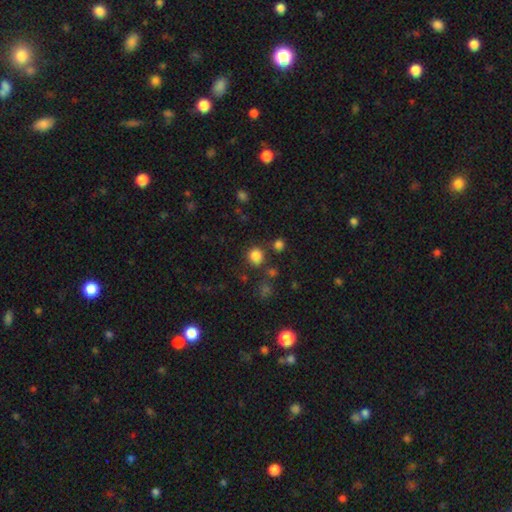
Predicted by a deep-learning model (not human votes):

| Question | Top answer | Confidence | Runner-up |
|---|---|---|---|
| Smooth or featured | smooth | 82% | star or artifact (13%) |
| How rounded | round | 84% | in between (15%) |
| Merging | none | 79% | minor disturbance (10%) |